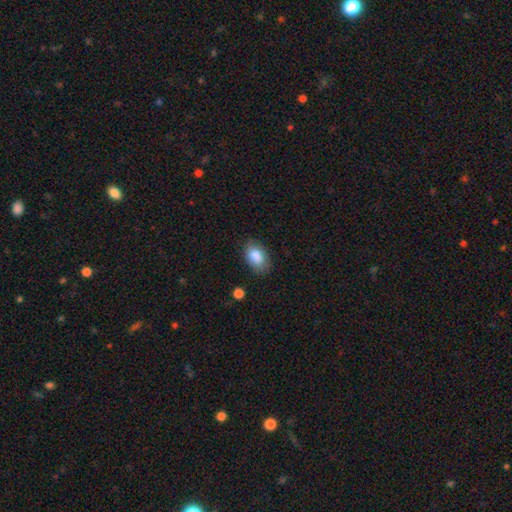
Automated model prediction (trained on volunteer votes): Overall: smooth (84%). How rounded: in between (89%). Merging: none (73%).